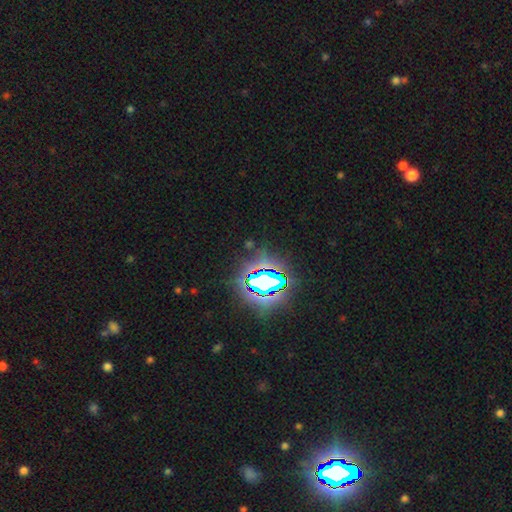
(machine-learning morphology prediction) A star or artifact, not a galaxy (83%).

Vote fractions:
- Smooth or featured? star or artifact: 83% / smooth: 10% / featured or disk: 7%